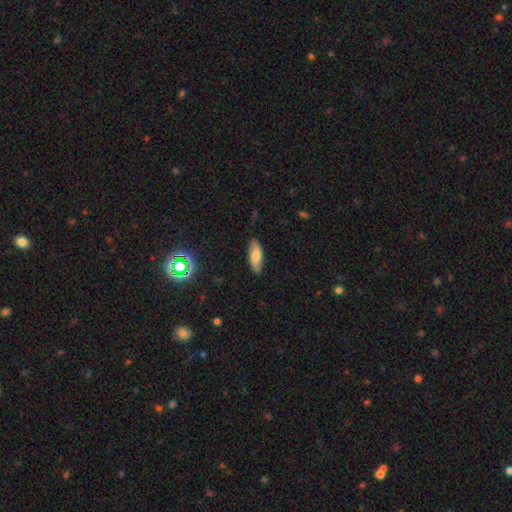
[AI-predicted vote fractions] Morphology: type=smooth (47%); merging=none (81%).